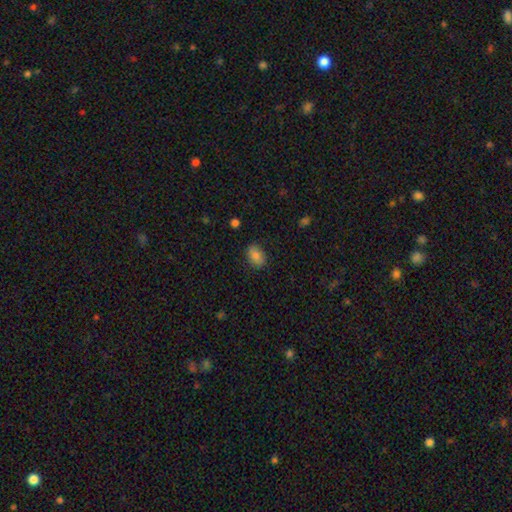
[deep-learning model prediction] Smooth or featured: smooth — 84% (star or artifact — 8%)
How rounded: in between — 82% (round — 16%)
Merging: none — 84% (minor disturbance — 12%)